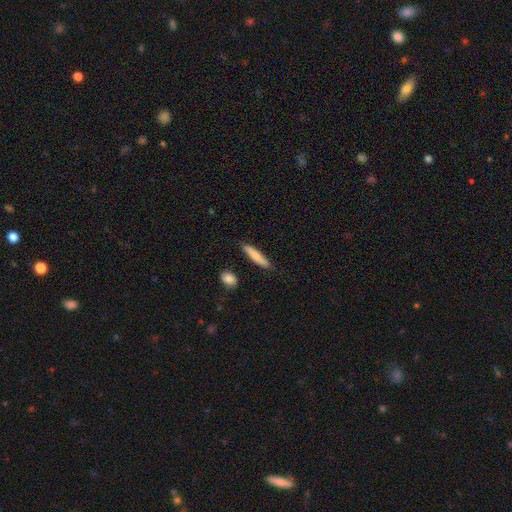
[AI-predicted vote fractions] This is likely a smooth galaxy (77%). How rounded: clearly cigar-shaped (88%). Merging: clearly none (87%).